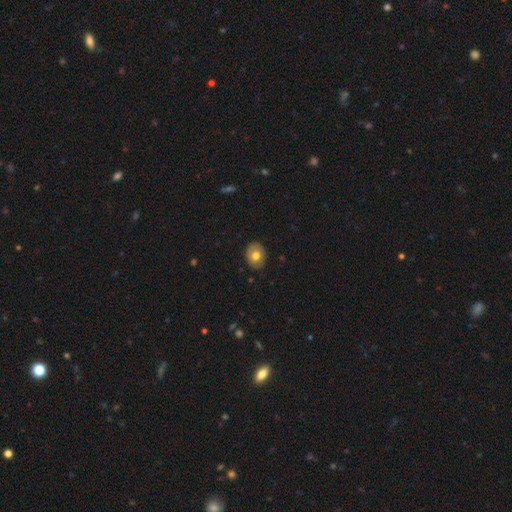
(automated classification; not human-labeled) Smooth or featured? smooth (67%)
How rounded? round (51%)
Merging? none (85%)